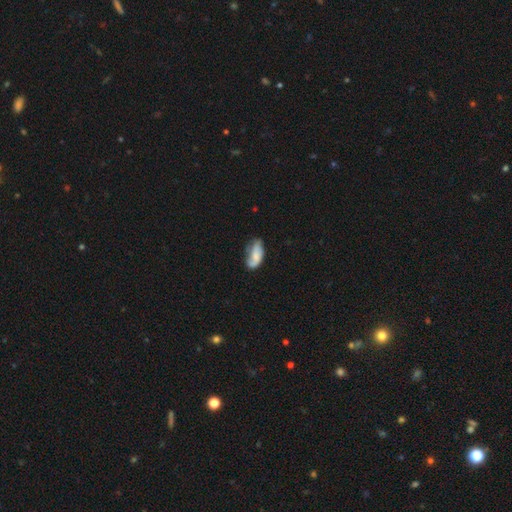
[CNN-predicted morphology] Overall: smooth (56%; featured or disk 36%). How rounded: in between (89%). Merging: none (46%; minor disturbance 32%).